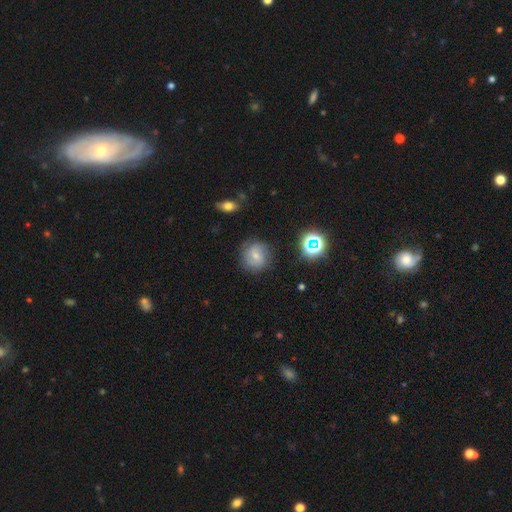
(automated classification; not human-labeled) Smooth or featured: smooth — 50% (featured or disk — 36%)
How rounded: round — 86% (in between — 13%)
Merging: none — 78% (minor disturbance — 14%)